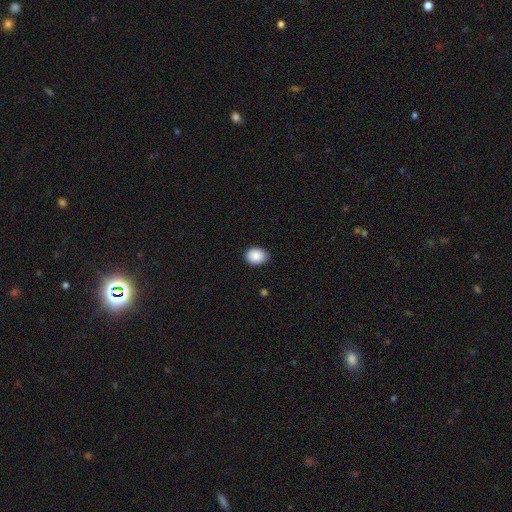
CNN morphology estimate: Overall: smooth (89%). How rounded: in between (51%; round 48%). Merging: none (83%).